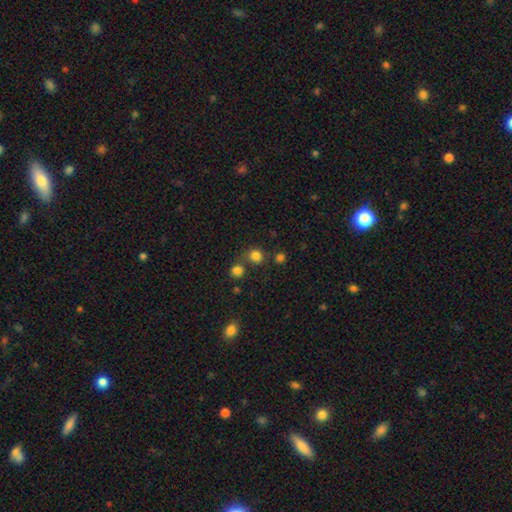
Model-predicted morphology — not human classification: The model was most divided on "merging": none: 66%, merger: 22%, minor disturbance: 9%, major disturbance: 4%. More confident: how rounded — round (87%); smooth or featured — smooth (79%).